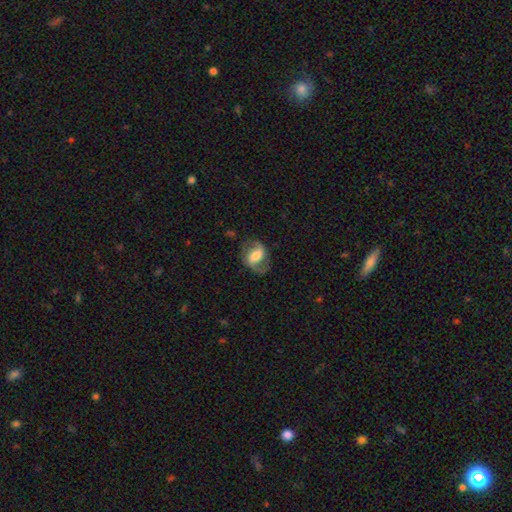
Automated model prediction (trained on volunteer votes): smooth-or-featured: featured or disk: 73% | smooth: 21% | star or artifact: 7%
  disk-edge-on: no: 97% | yes: 3%
    bar: weak: 41% | strong: 34% | no: 25%
    has-spiral-arms: yes: 91% | no: 9%
      spiral-winding: medium: 47% | loose: 38% | tight: 15%
      spiral-arm-count: 2: 89% | 1: 5% | can't tell: 4% | 3: 1% | 4: 1% | more than 4: 1%
    bulge-size: moderate: 41% | large: 29% | small: 19% | none: 7% | dominant: 4%
  merging: none: 70% | minor disturbance: 17% | major disturbance: 11% | merger: 1%